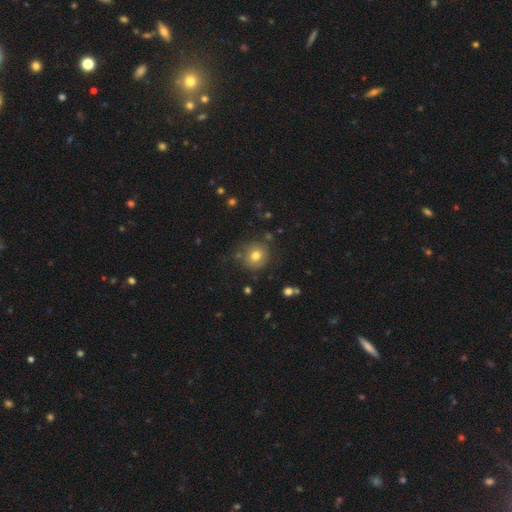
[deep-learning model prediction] A smooth galaxy with no disk features (75%) that is round (88%). Merging: none (81%).